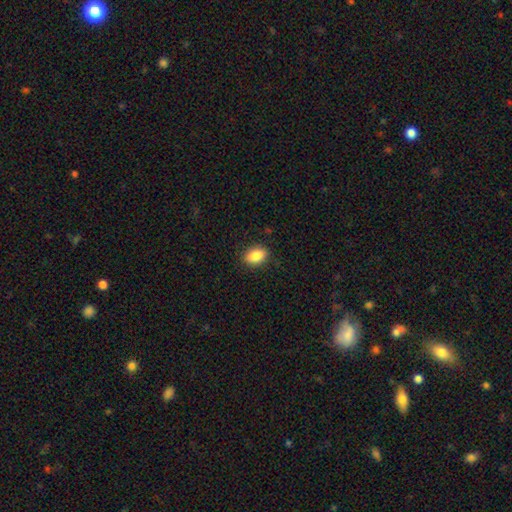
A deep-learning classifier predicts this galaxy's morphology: Q: Smooth or featured?
A: smooth (88%); runner-up: star or artifact (8%)
Q: How rounded?
A: in between (87%); runner-up: round (11%)
Q: Merging?
A: none (88%); runner-up: minor disturbance (9%)